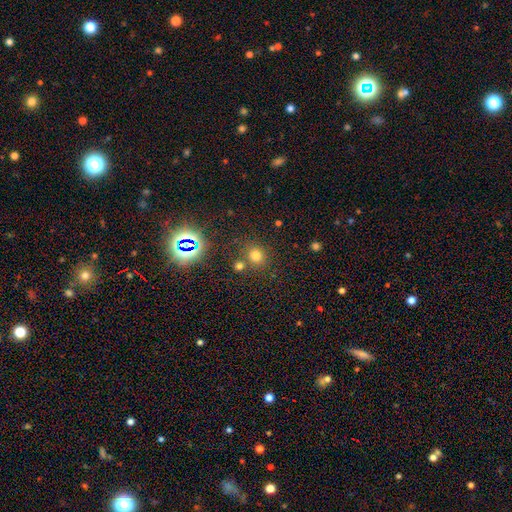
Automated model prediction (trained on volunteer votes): Overall: smooth (71%). How rounded: round (80%). Merging: none (71%).